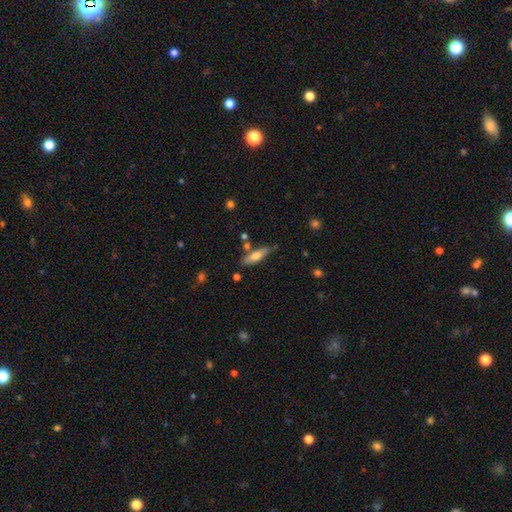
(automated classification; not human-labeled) A smooth galaxy with no disk features (65%) that is cigar-shaped (61%). Merging: none (75%).